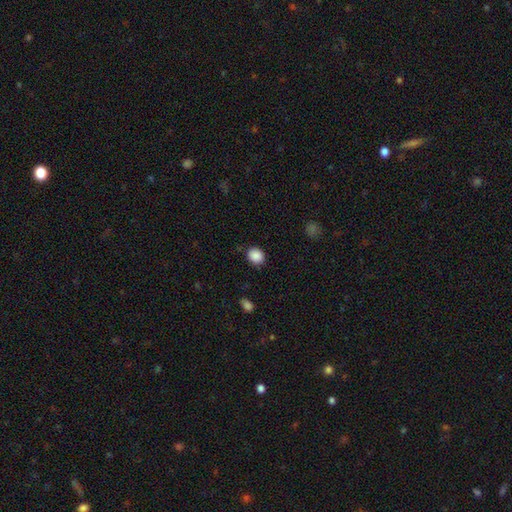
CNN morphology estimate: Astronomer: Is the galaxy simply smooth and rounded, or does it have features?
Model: smooth — 88%.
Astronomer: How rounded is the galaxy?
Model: round — 69%.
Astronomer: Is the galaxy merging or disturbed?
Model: none — 86%.